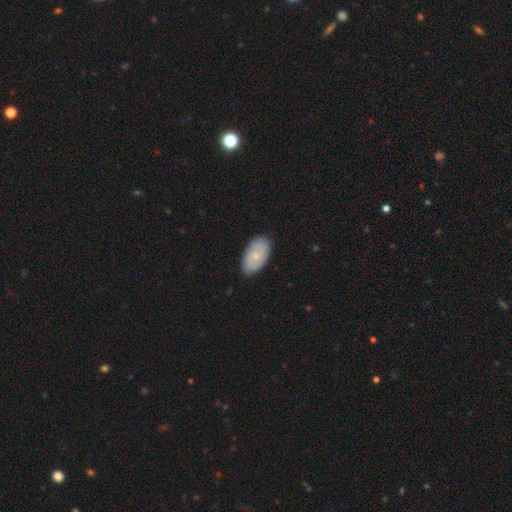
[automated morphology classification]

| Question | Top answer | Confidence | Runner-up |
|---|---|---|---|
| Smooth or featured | smooth | 63% | featured or disk (31%) |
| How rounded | in between | 94% | round (4%) |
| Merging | none | 84% | minor disturbance (13%) |